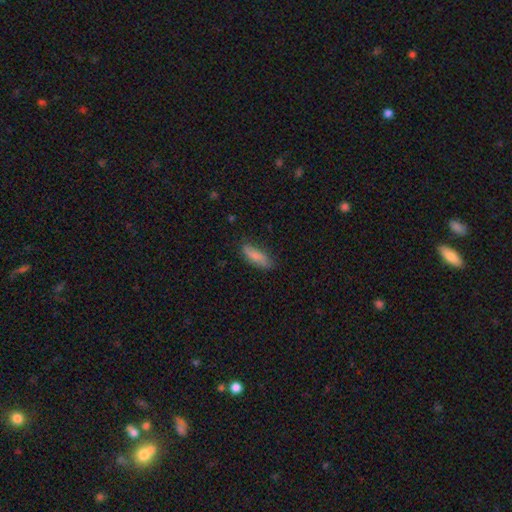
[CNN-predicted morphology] Smooth or featured: smooth — 81% (featured or disk — 12%)
How rounded: in between — 56% (cigar-shaped — 42%)
Merging: none — 72% (minor disturbance — 21%)